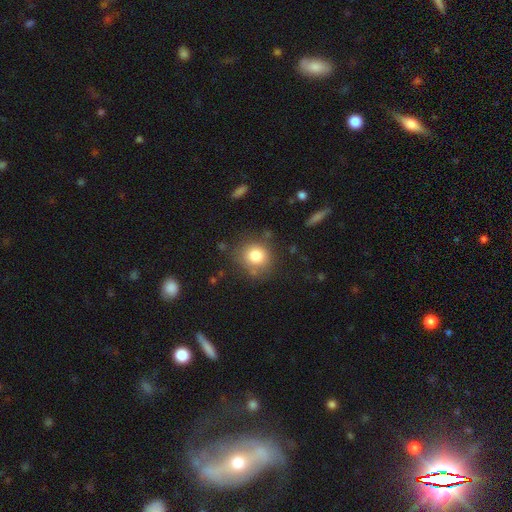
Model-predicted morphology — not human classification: Smooth or featured: smooth — 81% (star or artifact — 10%)
How rounded: round — 82% (in between — 17%)
Merging: none — 76% (minor disturbance — 15%)